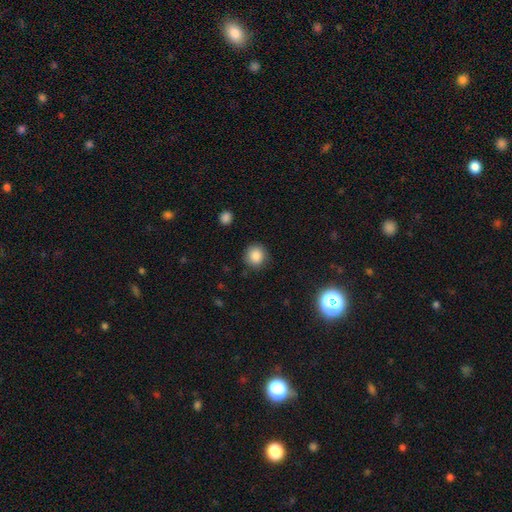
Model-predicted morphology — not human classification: A smooth galaxy with no disk features (86%) that is round (91%). Merging: none (87%).